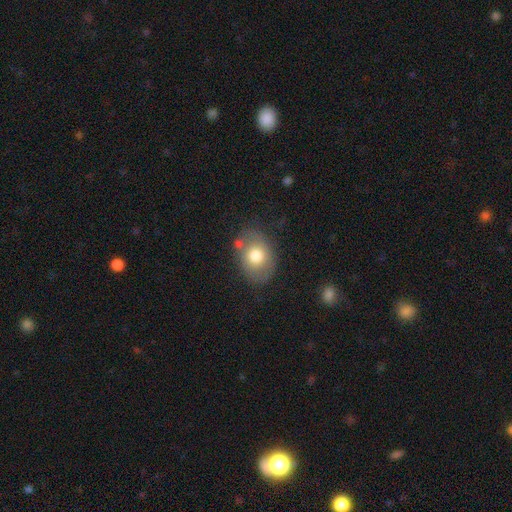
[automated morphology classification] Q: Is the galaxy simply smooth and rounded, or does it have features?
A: smooth — 72%.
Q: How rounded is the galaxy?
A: in between — 68%.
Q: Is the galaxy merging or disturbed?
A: none — 71%.